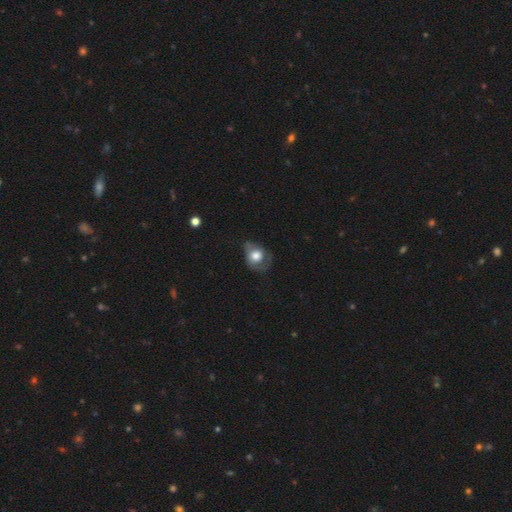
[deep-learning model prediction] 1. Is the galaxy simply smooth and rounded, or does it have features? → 65% smooth, 27% featured or disk, 8% star or artifact.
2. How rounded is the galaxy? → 55% round, 44% in between, 1% cigar-shaped.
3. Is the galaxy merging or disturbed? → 41% none, 33% minor disturbance, 24% major disturbance, 2% merger.